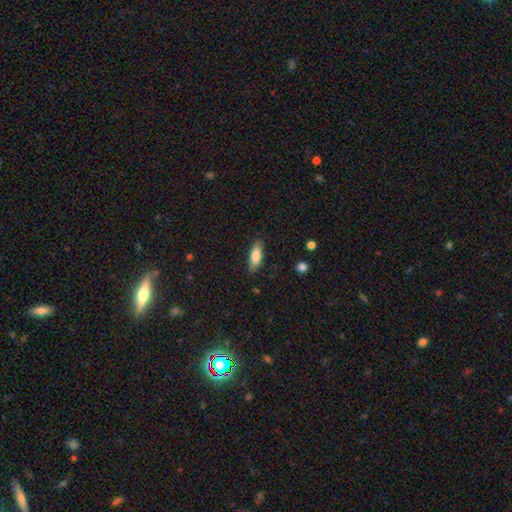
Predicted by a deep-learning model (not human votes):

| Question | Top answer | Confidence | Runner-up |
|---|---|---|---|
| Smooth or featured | smooth | 79% | featured or disk (15%) |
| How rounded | in between | 67% | cigar-shaped (31%) |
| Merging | none | 83% | minor disturbance (13%) |